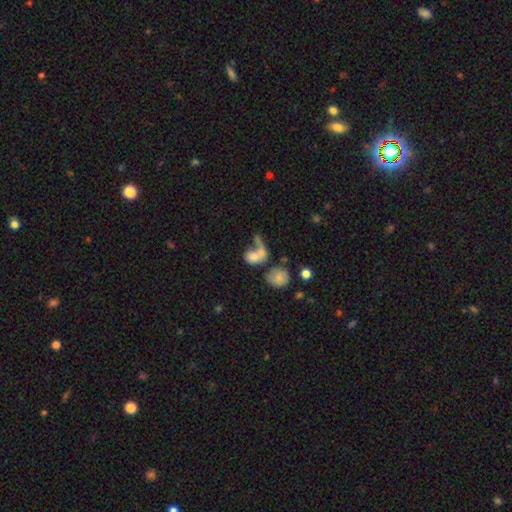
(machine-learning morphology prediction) Overall: smooth (66%). How rounded: in between (60%; round 37%). Merging: merger (55%; none 18%).